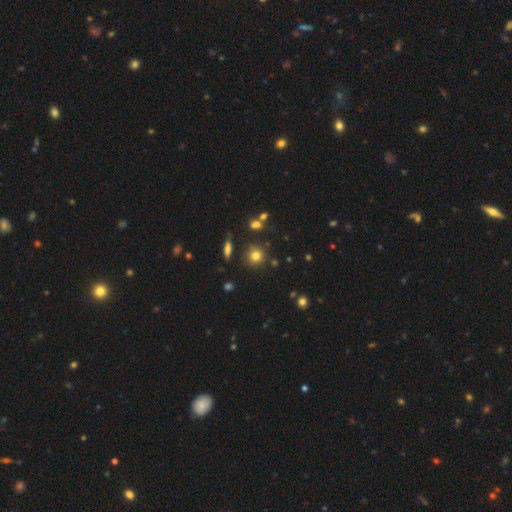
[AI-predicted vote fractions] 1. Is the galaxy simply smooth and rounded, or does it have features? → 76% smooth, 15% star or artifact, 9% featured or disk.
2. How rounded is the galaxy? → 88% round, 10% in between, 2% cigar-shaped.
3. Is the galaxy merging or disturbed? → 81% none, 10% minor disturbance, 6% merger, 3% major disturbance.